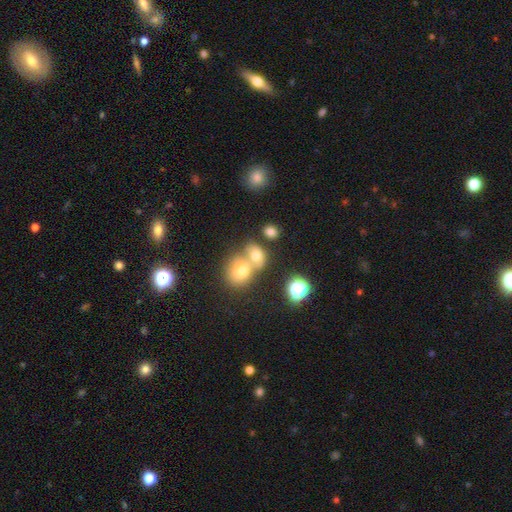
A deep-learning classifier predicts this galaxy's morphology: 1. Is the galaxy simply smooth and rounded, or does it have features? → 69% smooth, 15% featured or disk, 15% star or artifact.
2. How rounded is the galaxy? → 50% round, 49% in between, 1% cigar-shaped.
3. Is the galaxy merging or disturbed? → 57% merger, 33% none, 7% minor disturbance, 4% major disturbance.